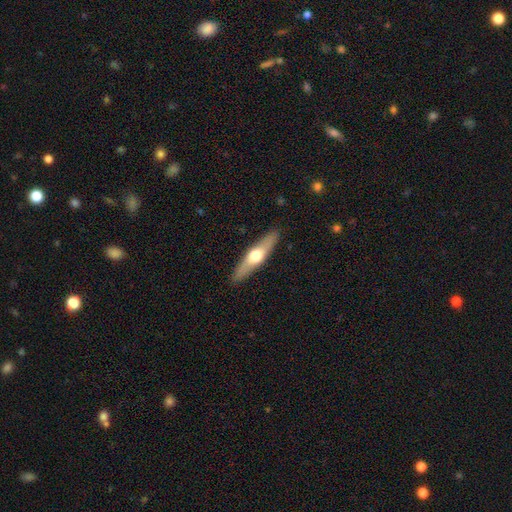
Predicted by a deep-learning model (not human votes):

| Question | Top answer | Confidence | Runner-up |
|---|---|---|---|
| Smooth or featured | featured or disk | 53% | smooth (42%) |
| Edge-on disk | yes | 88% | no (12%) |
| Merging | none | 90% | minor disturbance (7%) |